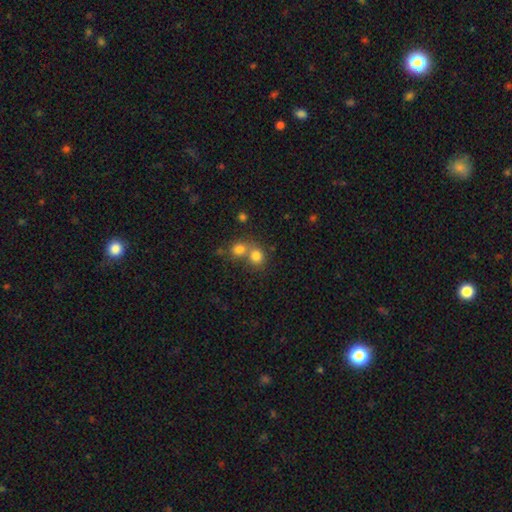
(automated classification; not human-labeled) Morphology: type=smooth (79%); roundness=round (79%); merging=merger (52%).